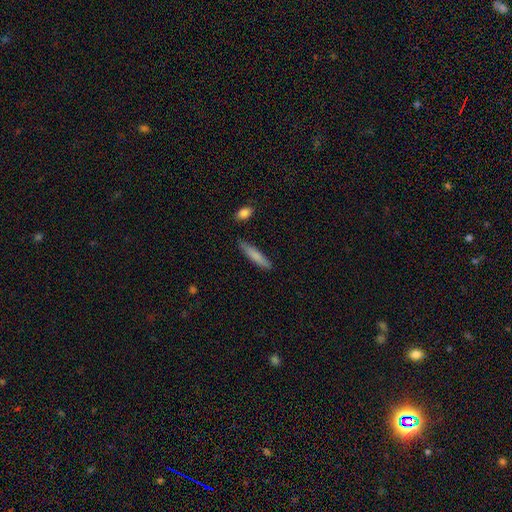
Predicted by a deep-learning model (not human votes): This is likely a smooth galaxy (79%). How rounded: clearly cigar-shaped (88%). Merging: clearly none (83%).